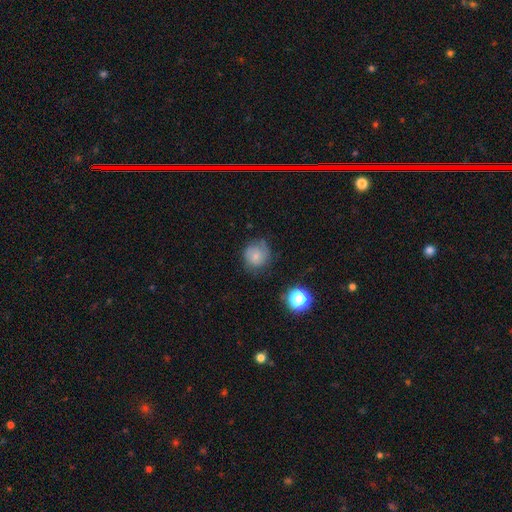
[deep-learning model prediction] This appears to be a smooth galaxy with no disk features (64%) that is round (87%). Merging: none (62%).